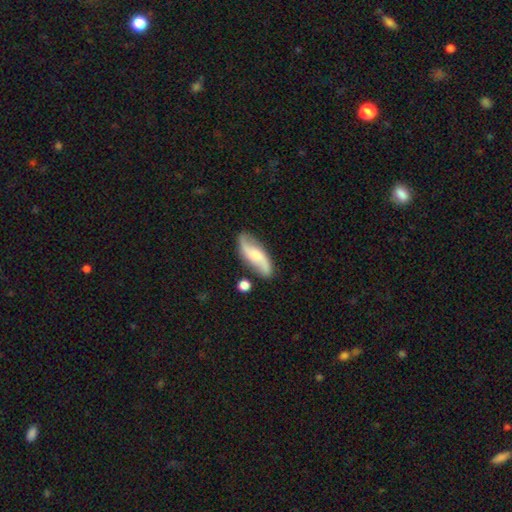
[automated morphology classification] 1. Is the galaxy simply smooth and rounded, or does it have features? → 66% featured or disk, 28% smooth, 6% star or artifact.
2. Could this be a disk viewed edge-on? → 90% no, 10% yes.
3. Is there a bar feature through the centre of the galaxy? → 51% no, 36% weak, 13% strong.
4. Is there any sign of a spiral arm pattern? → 94% yes, 6% no.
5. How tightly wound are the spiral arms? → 72% loose, 21% medium, 7% tight.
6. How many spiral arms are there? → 92% 2, 4% can't tell, 2% 1, 1% 3, 1% 4, 1% more than 4.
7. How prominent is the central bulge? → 33% moderate, 31% small, 21% none, 12% large, 3% dominant.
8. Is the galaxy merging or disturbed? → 76% none, 14% minor disturbance, 6% merger, 4% major disturbance.